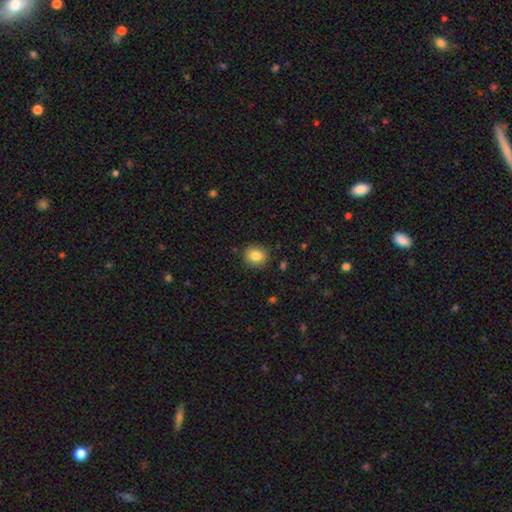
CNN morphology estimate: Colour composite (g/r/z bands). It shows a smooth galaxy with no disk features (85%) that is round (72%). Merging: none (88%).